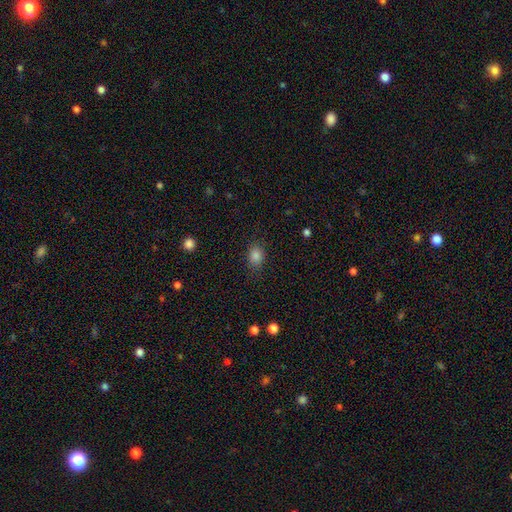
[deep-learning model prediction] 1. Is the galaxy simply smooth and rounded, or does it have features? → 84% smooth, 11% star or artifact, 5% featured or disk.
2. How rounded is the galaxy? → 64% in between, 35% round, 1% cigar-shaped.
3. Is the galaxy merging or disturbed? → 82% none, 13% minor disturbance, 4% major disturbance, 1% merger.